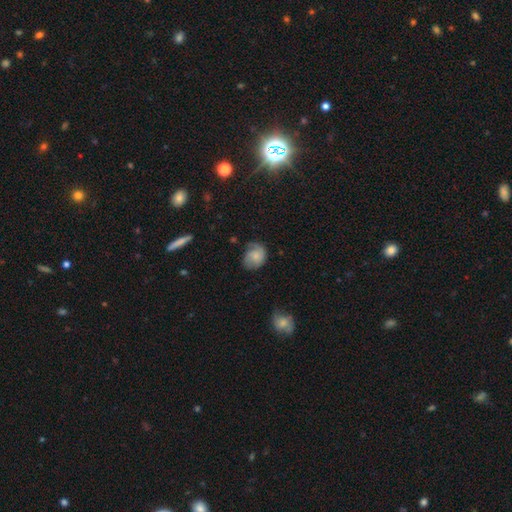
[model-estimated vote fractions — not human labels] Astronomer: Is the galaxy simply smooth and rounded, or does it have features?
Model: smooth — 56% (runner-up: featured or disk, 36%).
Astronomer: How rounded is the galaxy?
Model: round — 50% (runner-up: in between, 49%).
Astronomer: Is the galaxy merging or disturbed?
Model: none — 47% (runner-up: minor disturbance, 33%).